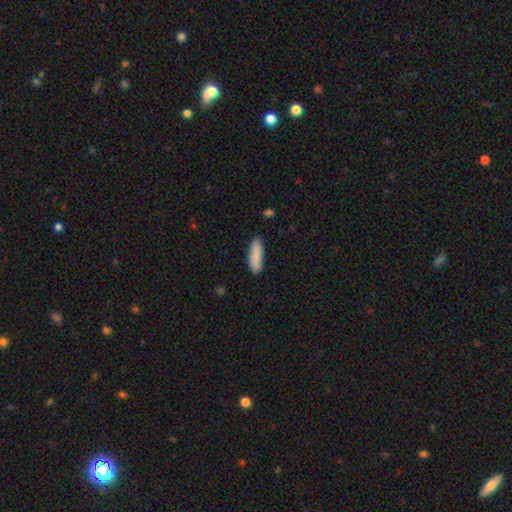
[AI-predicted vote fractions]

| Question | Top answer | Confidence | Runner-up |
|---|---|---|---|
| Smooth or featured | smooth | 87% | featured or disk (7%) |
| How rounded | cigar-shaped | 55% | in between (44%) |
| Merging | none | 86% | minor disturbance (11%) |